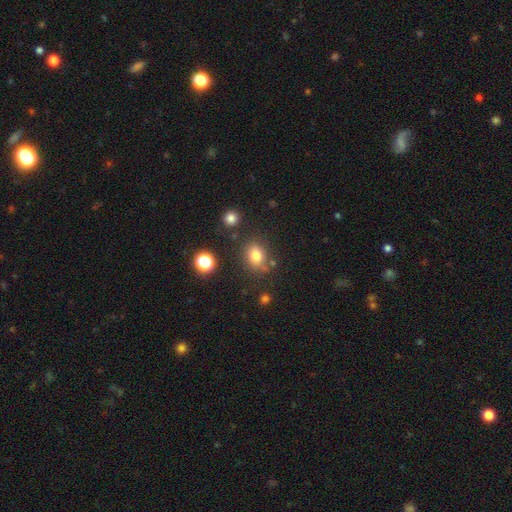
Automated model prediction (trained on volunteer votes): A smooth galaxy with no disk features (77%) that is in between round and cigar-shaped (50%).

Vote fractions:
- Smooth or featured? smooth: 77% / star or artifact: 14% / featured or disk: 8%
- How rounded? in between: 50% / round: 49% / cigar-shaped: 1%
- Merging? none: 73% / minor disturbance: 15% / merger: 7% / major disturbance: 5%